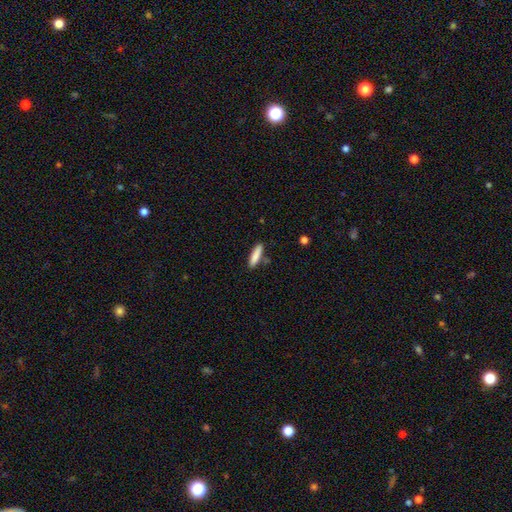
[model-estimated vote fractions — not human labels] A smooth galaxy with no disk features (85%) that is cigar-shaped (79%).

Vote fractions:
- Smooth or featured? smooth: 85% / featured or disk: 9% / star or artifact: 6%
- How rounded? cigar-shaped: 79% / in between: 19% / round: 1%
- Merging? none: 81% / minor disturbance: 12% / merger: 5% / major disturbance: 2%